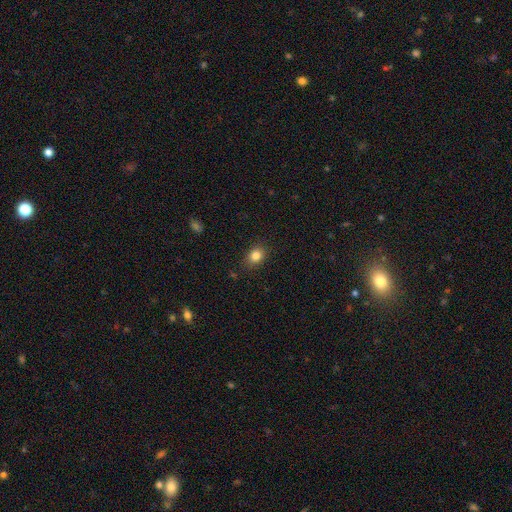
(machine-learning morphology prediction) type=smooth (83%); roundness=in between (54%); merging=none (85%).